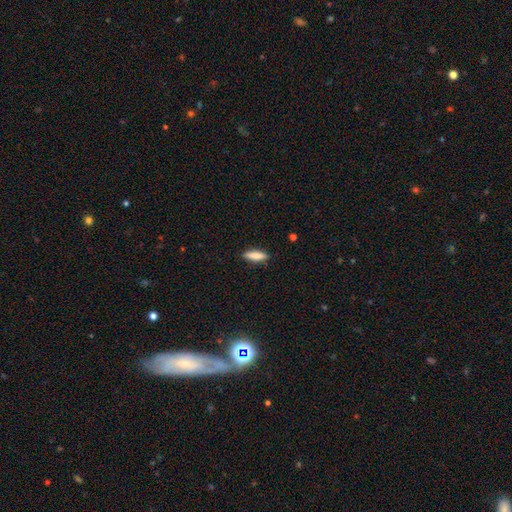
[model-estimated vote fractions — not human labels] smooth-or-featured: smooth: 83% | featured or disk: 11% | star or artifact: 6%
  how-rounded: cigar-shaped: 61% | in between: 37% | round: 2%
  merging: none: 88% | minor disturbance: 9% | major disturbance: 2% | merger: 1%